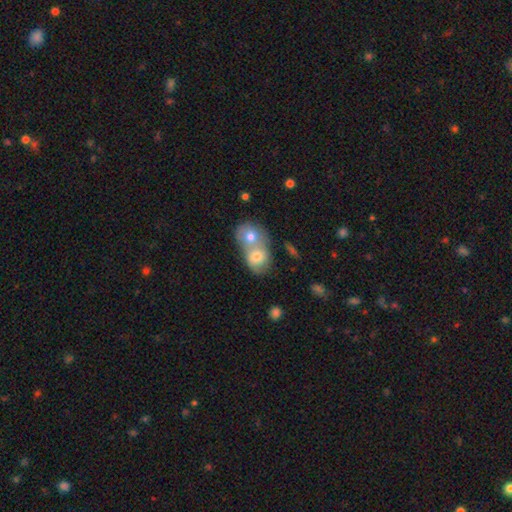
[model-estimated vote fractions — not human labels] Q: Smooth or featured?
A: smooth (63%); runner-up: featured or disk (25%)
Q: How rounded?
A: round (52%); runner-up: in between (46%)
Q: Merging?
A: merger (73%); runner-up: none (20%)